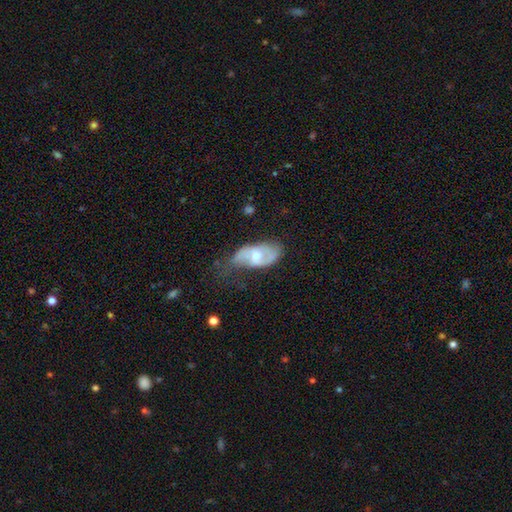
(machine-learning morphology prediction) The model was most divided on "merging": none: 39%, minor disturbance: 37%, major disturbance: 22%, merger: 3%. Remaining: edge-on disk — no (92%); spiral arms — yes (67%); bulge size — moderate (61%); smooth or featured — featured or disk (60%); bar — no (46%).